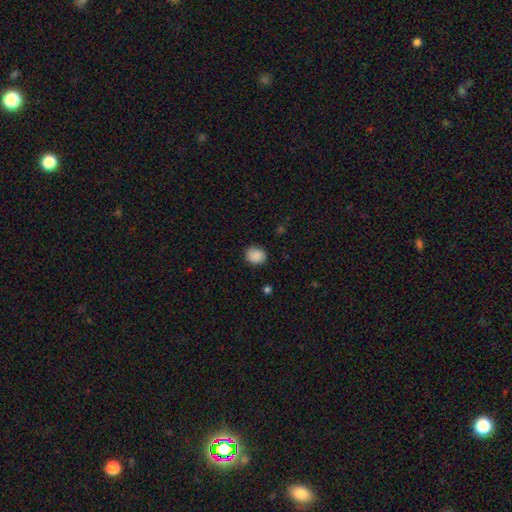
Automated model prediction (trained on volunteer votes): Smooth or featured: smooth — 88% (star or artifact — 8%)
How rounded: round — 72% (in between — 27%)
Merging: none — 85% (minor disturbance — 12%)